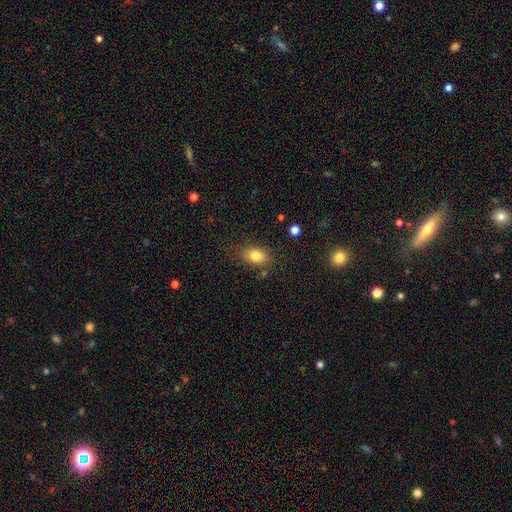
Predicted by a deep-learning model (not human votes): A smooth galaxy with no disk features (81%) that is in between round and cigar-shaped (77%). Merging: none (79%).